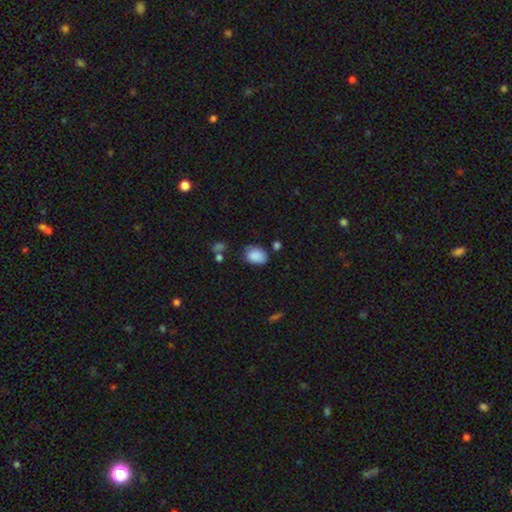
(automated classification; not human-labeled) A smooth galaxy with no disk features (87%) that is in between round and cigar-shaped (76%).

Vote fractions:
- Smooth or featured? smooth: 87% / star or artifact: 8% / featured or disk: 5%
- How rounded? in between: 76% / round: 23% / cigar-shaped: 1%
- Merging? none: 65% / minor disturbance: 23% / major disturbance: 6% / merger: 5%